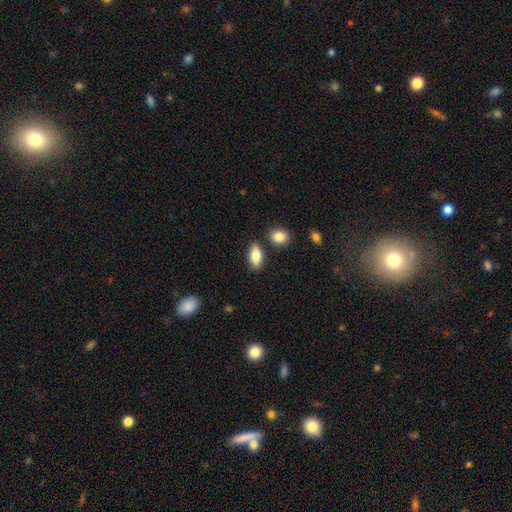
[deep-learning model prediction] Smooth or featured: smooth — 80% (featured or disk — 13%)
How rounded: in between — 83% (cigar-shaped — 13%)
Merging: none — 80% (minor disturbance — 11%)